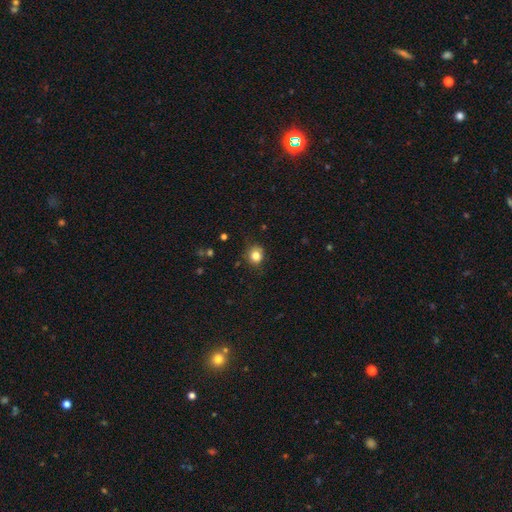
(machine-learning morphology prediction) smooth-or-featured: smooth: 82% | star or artifact: 12% | featured or disk: 7%
  how-rounded: round: 83% | in between: 16% | cigar-shaped: 1%
  merging: none: 83% | minor disturbance: 13% | major disturbance: 3% | merger: 1%